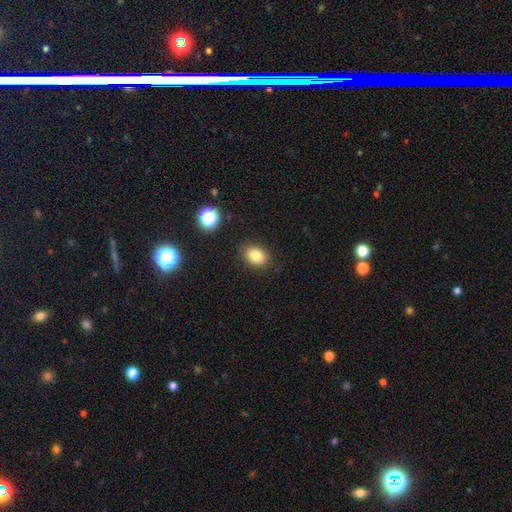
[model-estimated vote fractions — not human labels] Smooth or featured? Predicted: smooth (p=0.82). How rounded? Predicted: in between (p=0.65). Merging? Predicted: none (p=0.86).